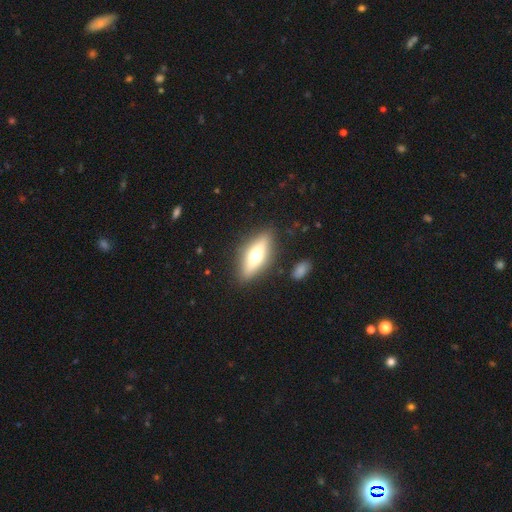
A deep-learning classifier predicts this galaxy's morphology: Smooth or featured?
  - smooth: 50% *
  - featured or disk: 43%
  - star or artifact: 7%
Merging?
  - none: 85% *
  - minor disturbance: 10%
  - major disturbance: 3%
  - merger: 2%